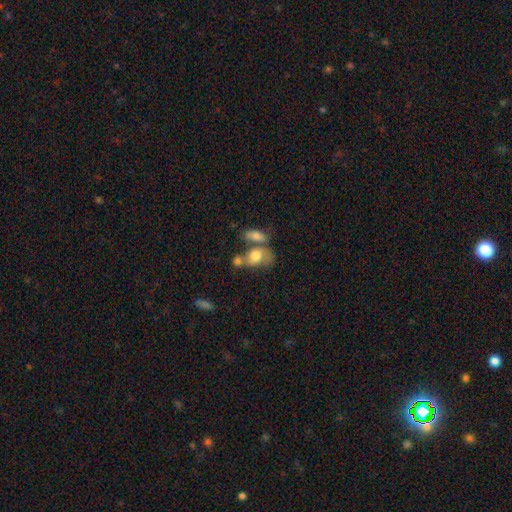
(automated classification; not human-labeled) Morphology: type=smooth (71%); roundness=in between (72%); merging=merger (47%).